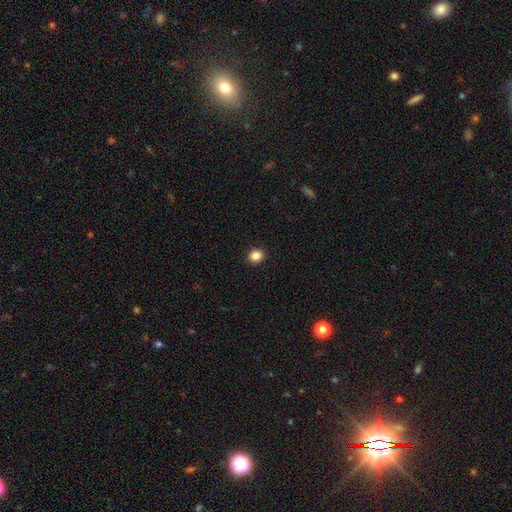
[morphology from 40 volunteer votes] smooth 85%, star or artifact 10%, featured or disk 5%. Down the decision tree: how rounded — round (91%); merging — none (92%).